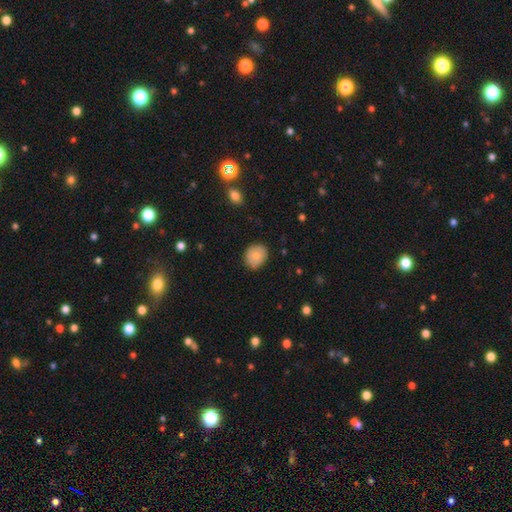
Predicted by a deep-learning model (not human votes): A smooth galaxy with no disk features (76%) that is round (64%).

Vote fractions:
- Smooth or featured? smooth: 76% / featured or disk: 17% / star or artifact: 7%
- How rounded? round: 64% / in between: 35% / cigar-shaped: 1%
- Merging? none: 79% / minor disturbance: 17% / major disturbance: 3% / merger: 1%